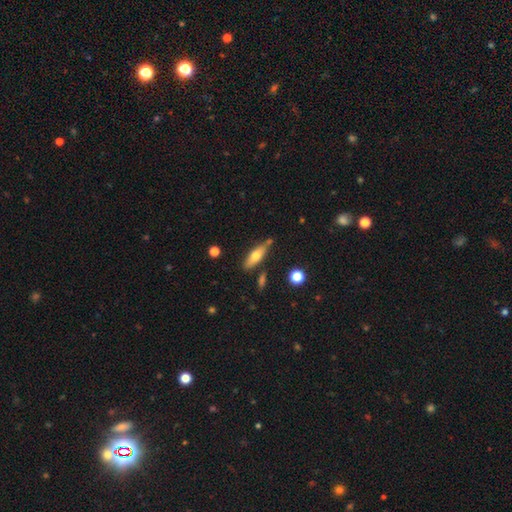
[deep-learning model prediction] Q: Smooth or featured?
A: smooth (57%); runner-up: featured or disk (36%)
Q: How rounded?
A: cigar-shaped (49%); runner-up: in between (48%)
Q: Merging?
A: none (75%); runner-up: minor disturbance (15%)